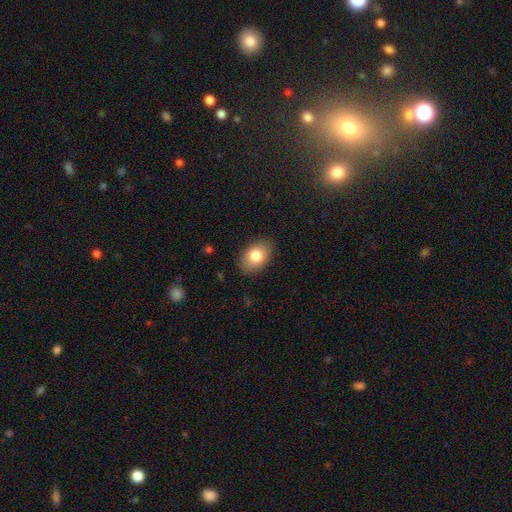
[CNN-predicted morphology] Q: Smooth or featured?
A: smooth (81%); runner-up: featured or disk (12%)
Q: How rounded?
A: in between (85%); runner-up: round (14%)
Q: Merging?
A: none (87%); runner-up: minor disturbance (10%)